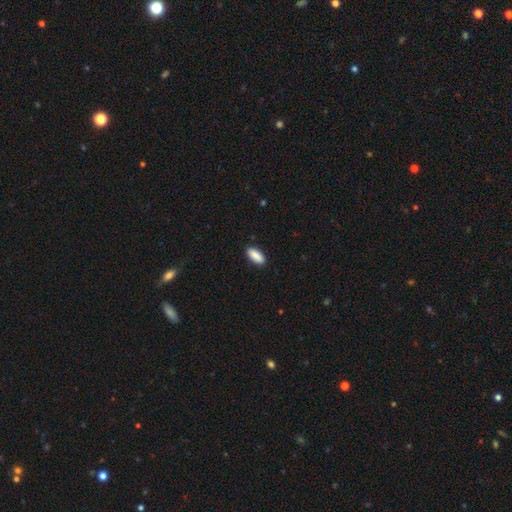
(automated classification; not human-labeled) smooth-or-featured: smooth: 88% | star or artifact: 6% | featured or disk: 5%
  how-rounded: in between: 79% | cigar-shaped: 19% | round: 2%
  merging: none: 88% | minor disturbance: 9% | major disturbance: 2% | merger: 1%